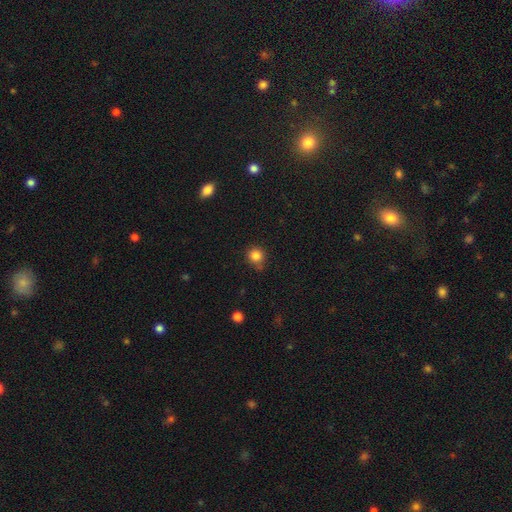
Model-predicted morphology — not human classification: smooth-or-featured: smooth: 84% | star or artifact: 12% | featured or disk: 5%
  how-rounded: round: 91% | in between: 8% | cigar-shaped: 1%
  merging: none: 76% | minor disturbance: 15% | merger: 6% | major disturbance: 3%